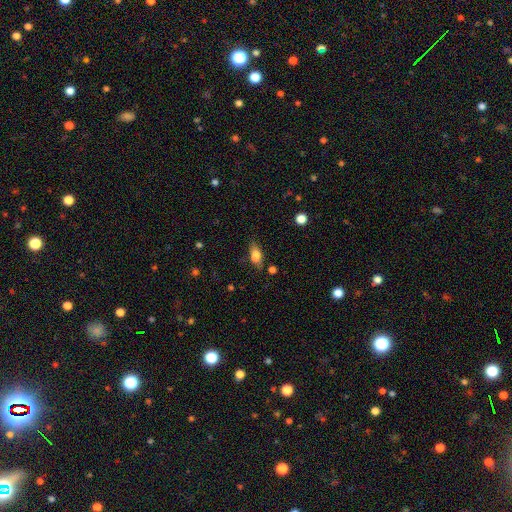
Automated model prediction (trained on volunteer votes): smooth_or_featured: smooth (p=0.77) [alt: featured or disk p=0.13]
how_rounded: in between (p=0.80) [alt: cigar-shaped p=0.15]
merging: none (p=0.71) [alt: minor disturbance p=0.20]